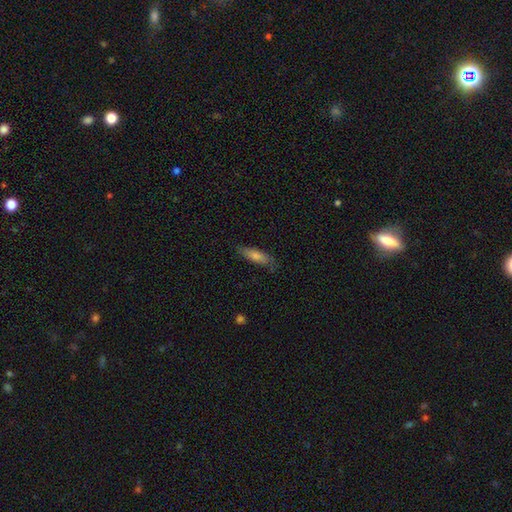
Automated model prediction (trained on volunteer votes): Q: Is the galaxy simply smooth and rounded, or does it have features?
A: smooth — 64%.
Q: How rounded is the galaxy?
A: cigar-shaped — 70%.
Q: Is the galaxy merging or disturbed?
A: none — 80%.